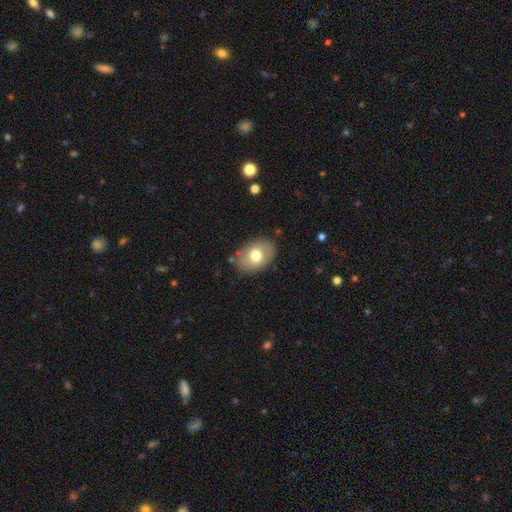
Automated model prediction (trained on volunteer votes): smooth_or_featured: smooth (p=0.73) [alt: featured or disk p=0.20]
how_rounded: in between (p=0.76) [alt: round p=0.23]
merging: none (p=0.83) [alt: minor disturbance p=0.12]